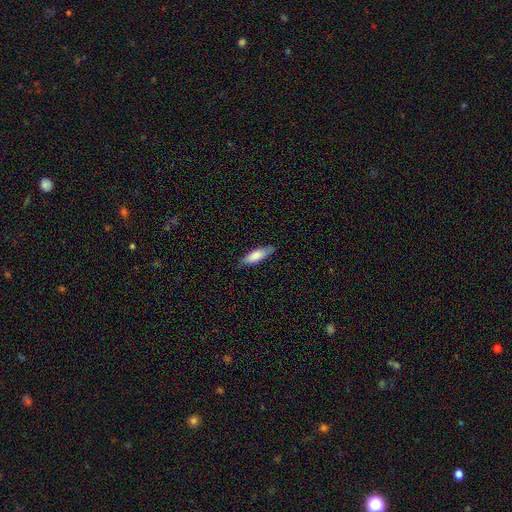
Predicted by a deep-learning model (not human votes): Smooth or featured: smooth — 78% (featured or disk — 16%)
How rounded: in between — 50% (cigar-shaped — 49%)
Merging: none — 78% (minor disturbance — 18%)